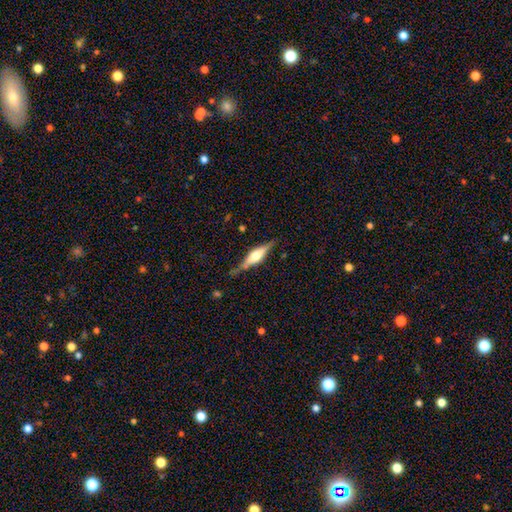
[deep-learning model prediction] featured or disk 70%, smooth 25%, star or artifact 6%. Down the decision tree: edge-on disk — yes (96%); edge-on bulge — rounded (82%); merging — none (79%).